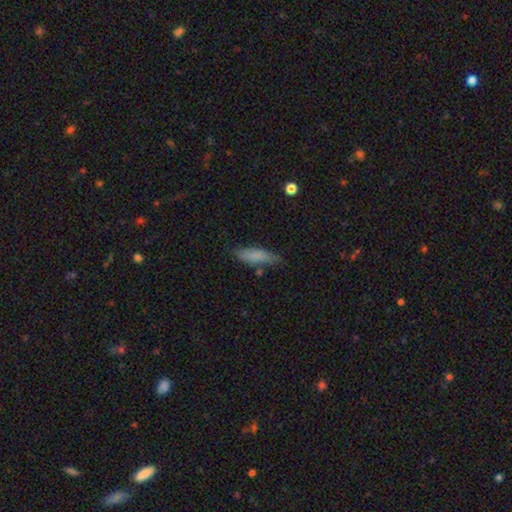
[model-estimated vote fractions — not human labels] Smooth or featured?
  - smooth: 79% *
  - featured or disk: 14%
  - star or artifact: 7%
How rounded?
  - cigar-shaped: 62% *
  - in between: 37%
  - round: 2%
Merging?
  - none: 73% *
  - minor disturbance: 19%
  - major disturbance: 4%
  - merger: 4%